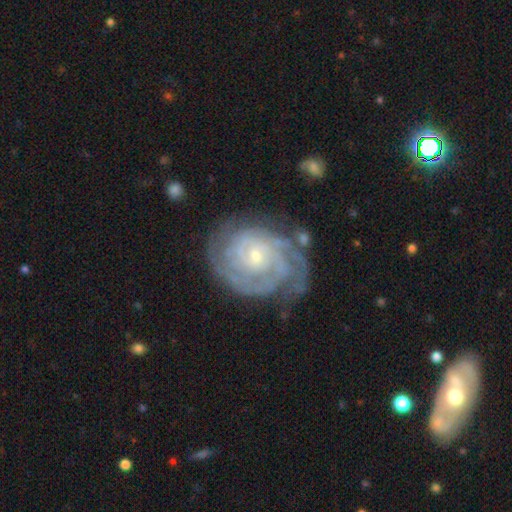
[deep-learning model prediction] Smooth or featured? Predicted: featured or disk (p=0.88). Edge-on disk? Predicted: no (p=0.97). Bar? Predicted: no (p=0.70). Spiral arms? Predicted: yes (p=0.97). Spiral winding? Predicted: tight (p=0.79). Spiral arm count? Predicted: can't tell (p=0.27). Bulge size? Predicted: small (p=0.73). Merging? Predicted: none (p=0.67).